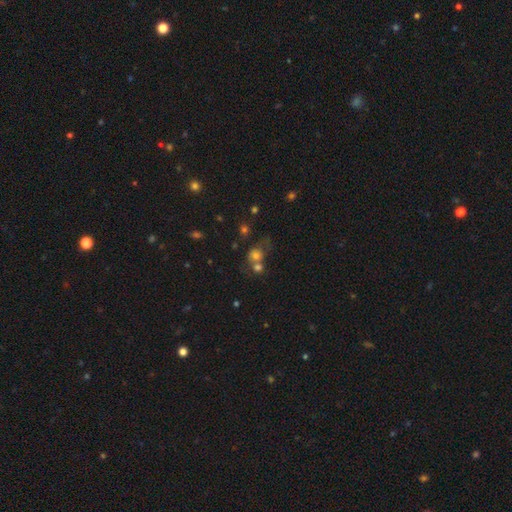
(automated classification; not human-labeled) smooth 68%, star or artifact 17%, featured or disk 14%. Down the decision tree: how rounded — round (75%); merging — merger (45%).